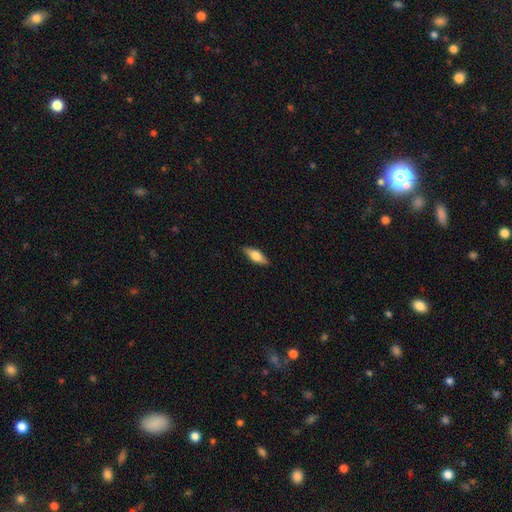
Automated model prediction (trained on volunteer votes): Q: Smooth or featured?
A: smooth (57%); runner-up: featured or disk (36%)
Q: How rounded?
A: in between (67%); runner-up: cigar-shaped (29%)
Q: Merging?
A: none (87%); runner-up: minor disturbance (10%)